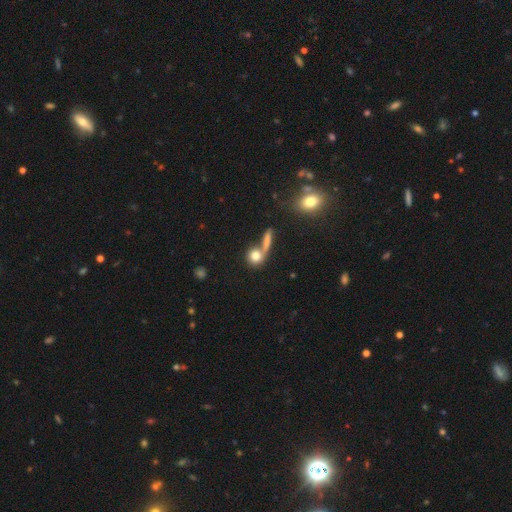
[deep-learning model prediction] Q: Smooth or featured?
A: smooth (77%); runner-up: featured or disk (13%)
Q: How rounded?
A: round (80%); runner-up: in between (15%)
Q: Merging?
A: none (48%); runner-up: merger (35%)